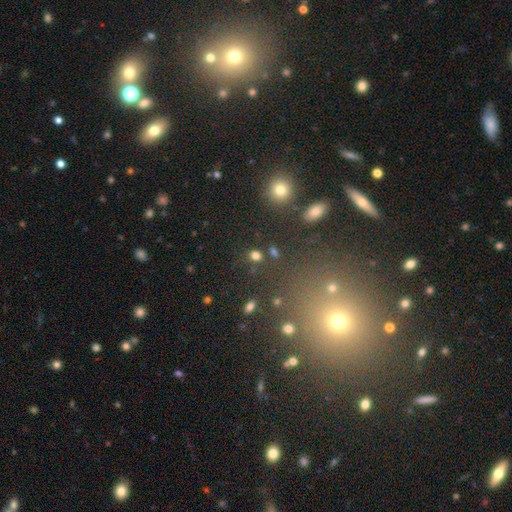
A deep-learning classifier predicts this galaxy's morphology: smooth 78%, star or artifact 16%, featured or disk 6%. Down the decision tree: how rounded — round (56%); merging — none (77%).